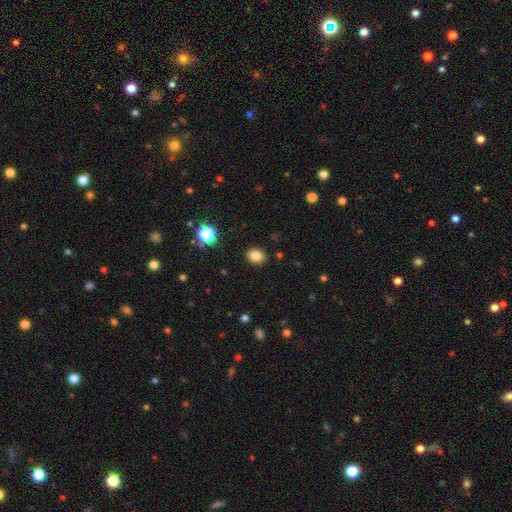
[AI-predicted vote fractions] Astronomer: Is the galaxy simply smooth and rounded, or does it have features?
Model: smooth — 83%.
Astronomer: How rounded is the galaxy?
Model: in between — 51% (runner-up: round, 48%).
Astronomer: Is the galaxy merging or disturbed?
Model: none — 89%.